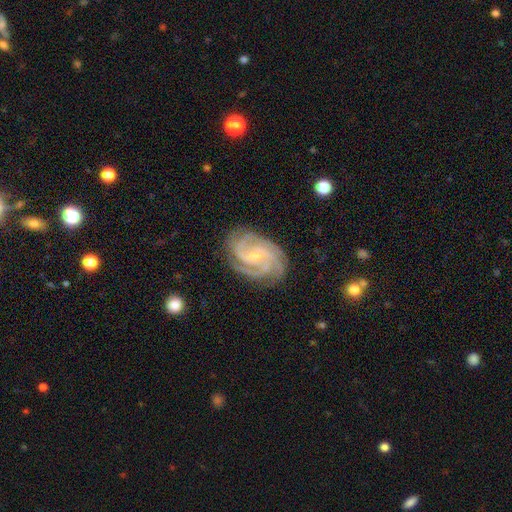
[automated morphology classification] smooth-or-featured: featured or disk: 91% | star or artifact: 5% | smooth: 4%
  disk-edge-on: no: 98% | yes: 2%
    bar: no: 56% | weak: 33% | strong: 10%
    has-spiral-arms: yes: 99% | no: 1%
      spiral-winding: tight: 64% | medium: 32% | loose: 4%
      spiral-arm-count: 3: 36% | 4: 32% | 2: 10% | can't tell: 10% | more than 4: 6% | 1: 6%
    bulge-size: small: 79% | moderate: 16% | none: 2% | large: 1% | dominant: 1%
  merging: none: 79% | minor disturbance: 15% | major disturbance: 5% | merger: 1%